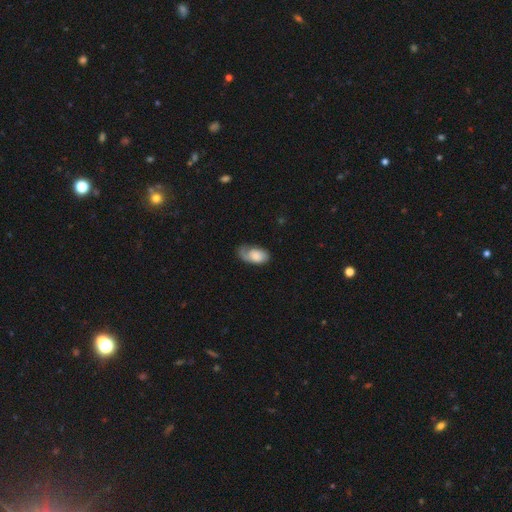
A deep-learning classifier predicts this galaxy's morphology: type=smooth (58%); roundness=in between (93%); merging=none (43%).